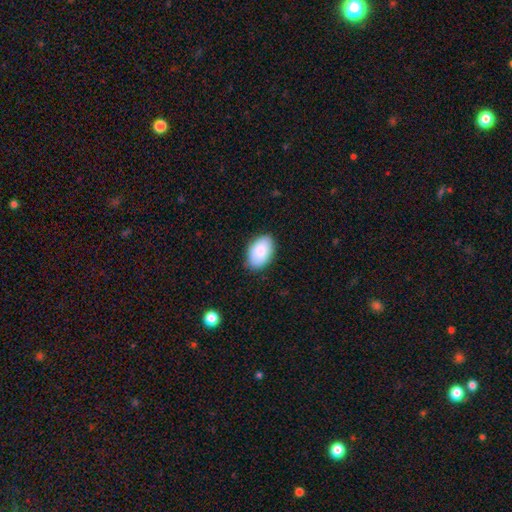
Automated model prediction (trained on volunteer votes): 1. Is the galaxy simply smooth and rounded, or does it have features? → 86% smooth, 8% featured or disk, 6% star or artifact.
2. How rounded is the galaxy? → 93% in between, 6% round, 1% cigar-shaped.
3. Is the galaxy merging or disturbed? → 85% none, 12% minor disturbance, 2% major disturbance, 1% merger.